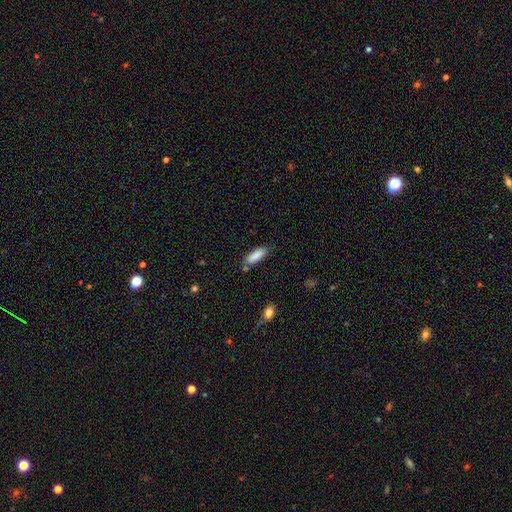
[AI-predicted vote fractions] A smooth galaxy with no disk features (87%) that is cigar-shaped (50%). Merging: none (76%).